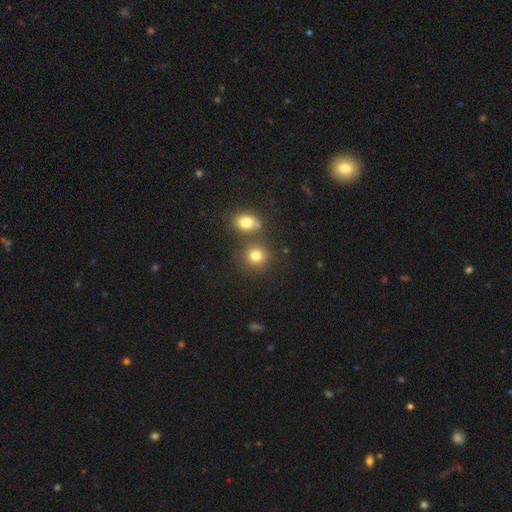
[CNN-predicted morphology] This appears to be a smooth galaxy with no disk features (78%) that is round (86%). Merging: none (70%).